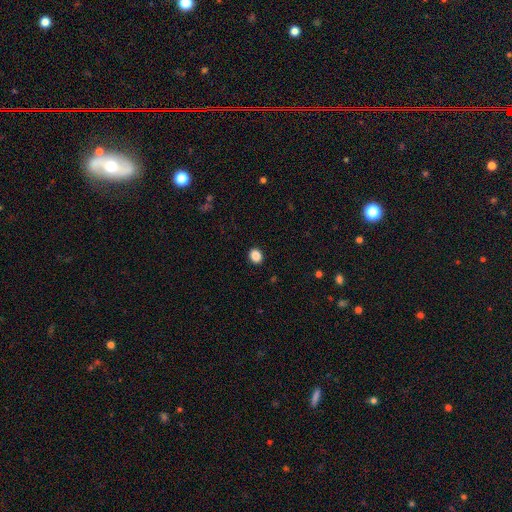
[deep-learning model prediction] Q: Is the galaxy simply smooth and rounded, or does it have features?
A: smooth — 88%.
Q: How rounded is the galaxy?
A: round — 61%.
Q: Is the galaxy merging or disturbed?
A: none — 92%.